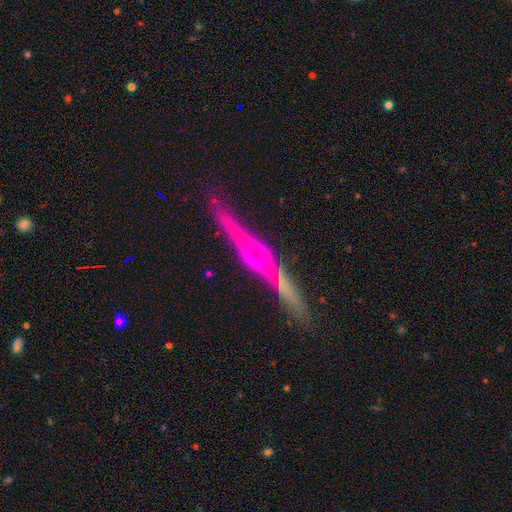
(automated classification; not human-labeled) This is likely a featured or disk galaxy (79%). It is clearly viewed edge-on (96%). Edge-on bulge: likely rounded (74%). Merging: likely none (78%).